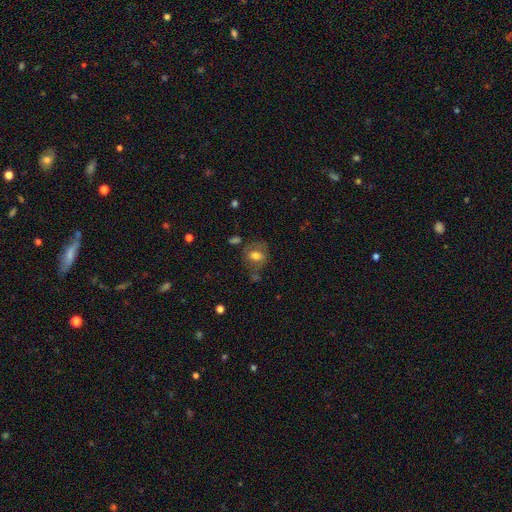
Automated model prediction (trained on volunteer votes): A smooth galaxy with no disk features (65%) that is round (52%). Merging: none (59%).